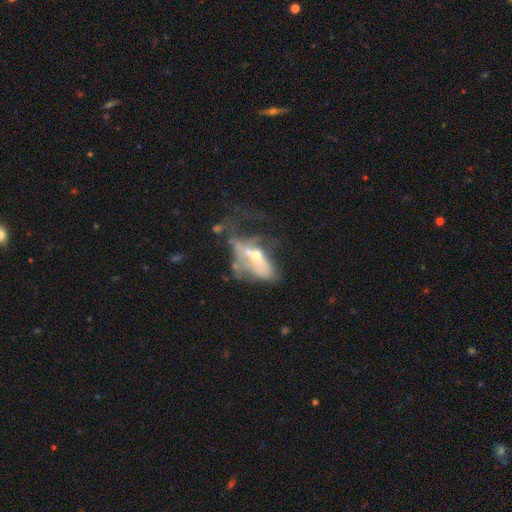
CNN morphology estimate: Smooth or featured?
  - featured or disk: 59% *
  - smooth: 30%
  - star or artifact: 11%
Edge-on disk?
  - no: 93% *
  - yes: 7%
Bar?
  - no: 80% *
  - weak: 15%
  - strong: 5%
Spiral arms?
  - no: 81% *
  - yes: 19%
Bulge size?
  - moderate: 53% *
  - small: 34%
  - none: 6%
  - large: 5%
  - dominant: 2%
Merging?
  - merger: 42% *
  - major disturbance: 33%
  - none: 15%
  - minor disturbance: 11%